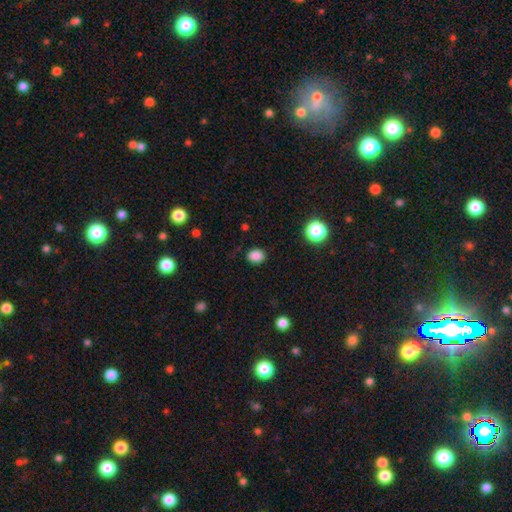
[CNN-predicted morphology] A smooth galaxy with no disk features (85%) that is round (50%). Merging: none (87%).